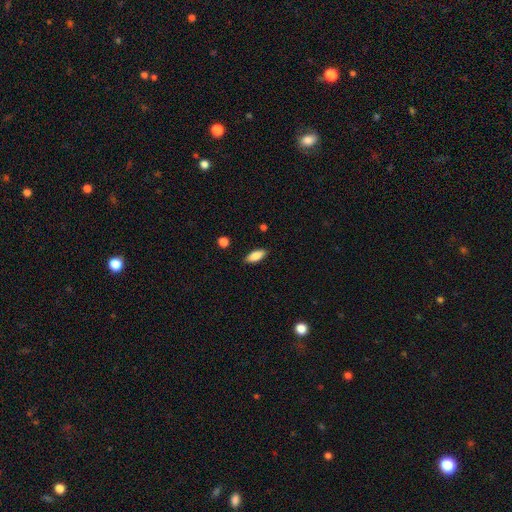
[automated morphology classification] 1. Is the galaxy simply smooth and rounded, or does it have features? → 85% smooth, 8% featured or disk, 7% star or artifact.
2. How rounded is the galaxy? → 81% in between, 17% cigar-shaped, 2% round.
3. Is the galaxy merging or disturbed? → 87% none, 10% minor disturbance, 2% major disturbance, 1% merger.